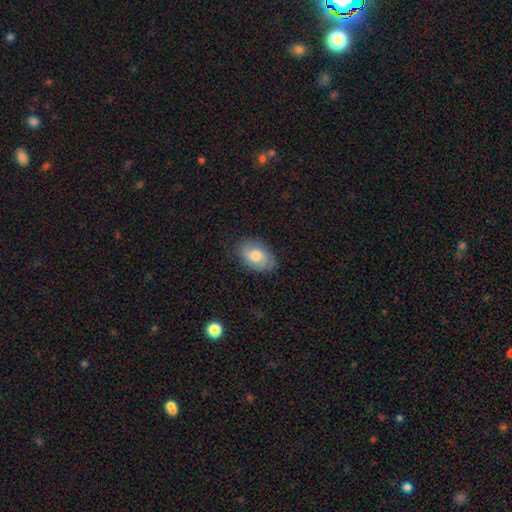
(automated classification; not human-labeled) The model was most divided on "smooth or featured": smooth: 64%, featured or disk: 28%, star or artifact: 7%. More confident: how rounded — in between (89%); merging — none (79%).